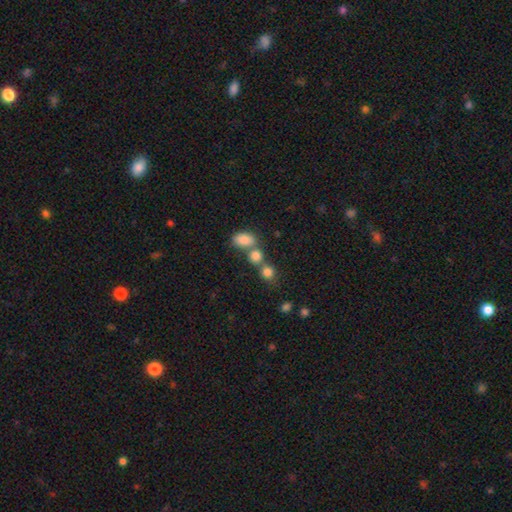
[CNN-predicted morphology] A smooth galaxy with no disk features (81%) that is round (51%).

Vote fractions:
- Smooth or featured? smooth: 81% / star or artifact: 12% / featured or disk: 8%
- How rounded? round: 51% / in between: 47% / cigar-shaped: 2%
- Merging? none: 46% / merger: 41% / minor disturbance: 9% / major disturbance: 4%